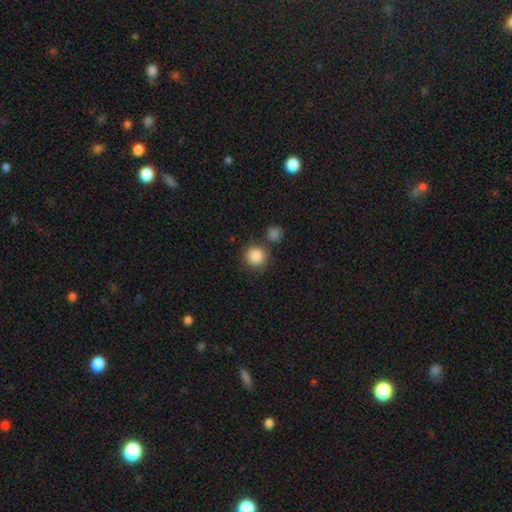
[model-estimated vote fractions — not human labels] The model was most divided on "merging": none: 75%, merger: 12%, minor disturbance: 9%, major disturbance: 3%. More confident: how rounded — round (92%); smooth or featured — smooth (88%).